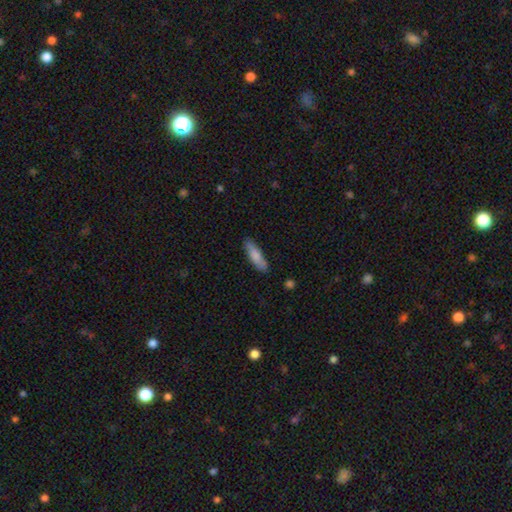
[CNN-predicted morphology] A smooth galaxy with no disk features (79%) that is cigar-shaped (60%). Merging: none (80%).